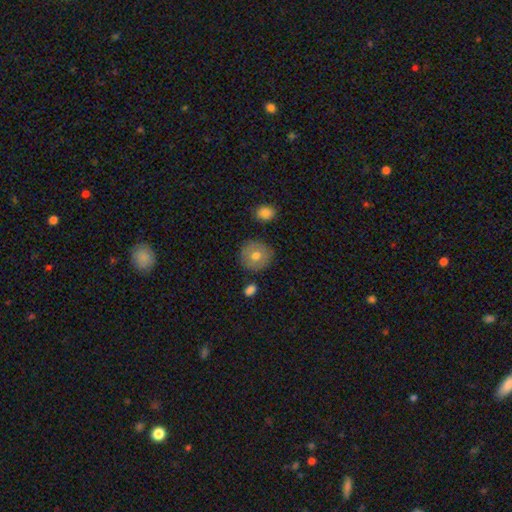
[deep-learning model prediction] Q: Smooth or featured?
A: smooth (72%); runner-up: featured or disk (21%)
Q: How rounded?
A: round (91%); runner-up: in between (8%)
Q: Merging?
A: none (84%); runner-up: minor disturbance (10%)